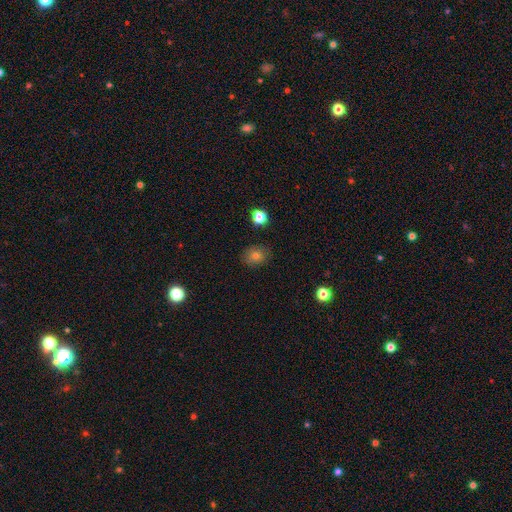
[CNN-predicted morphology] A smooth galaxy with no disk features (77%) that is round (50%).

Vote fractions:
- Smooth or featured? smooth: 77% / star or artifact: 13% / featured or disk: 10%
- How rounded? round: 50% / in between: 49% / cigar-shaped: 1%
- Merging? none: 85% / minor disturbance: 11% / major disturbance: 3% / merger: 1%